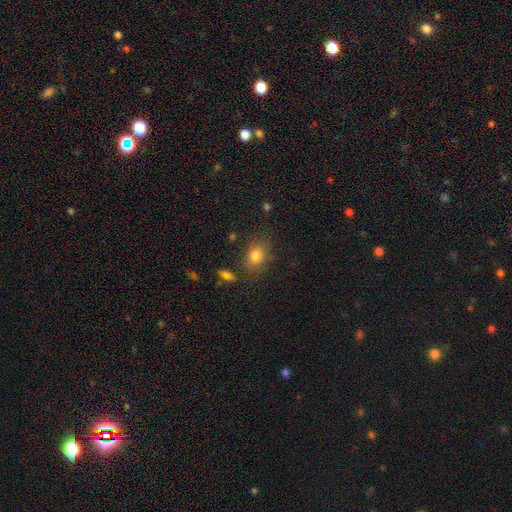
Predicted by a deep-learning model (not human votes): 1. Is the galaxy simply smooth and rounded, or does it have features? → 78% smooth, 11% star or artifact, 11% featured or disk.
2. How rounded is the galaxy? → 62% in between, 37% round, 1% cigar-shaped.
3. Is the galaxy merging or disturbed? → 73% none, 17% minor disturbance, 7% major disturbance, 3% merger.